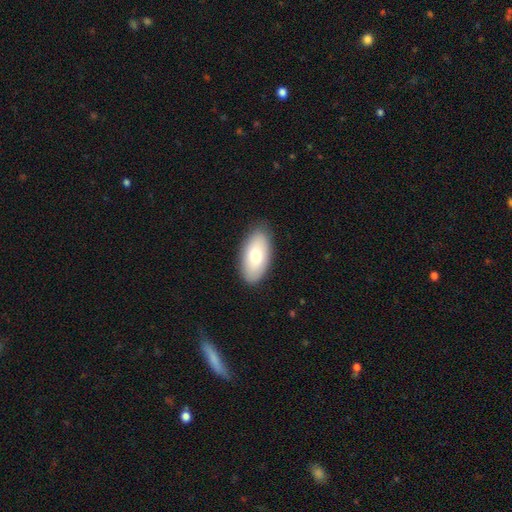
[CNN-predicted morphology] This appears to be a smooth galaxy with no disk features (73%) that is in between round and cigar-shaped (94%). Merging: none (86%).